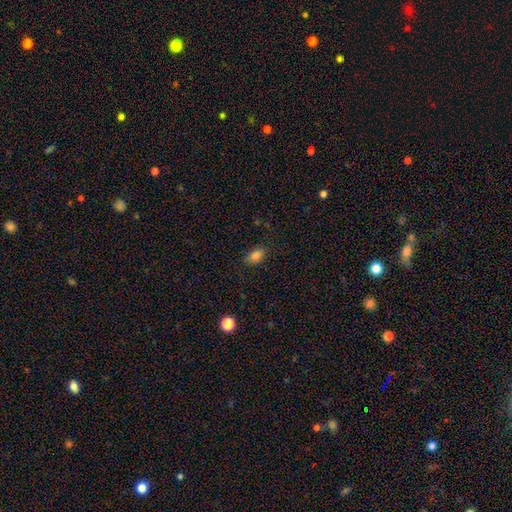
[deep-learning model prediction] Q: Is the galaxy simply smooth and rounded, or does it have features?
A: smooth — 83%.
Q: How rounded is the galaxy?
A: in between — 85%.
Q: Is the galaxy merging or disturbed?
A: none — 80%.